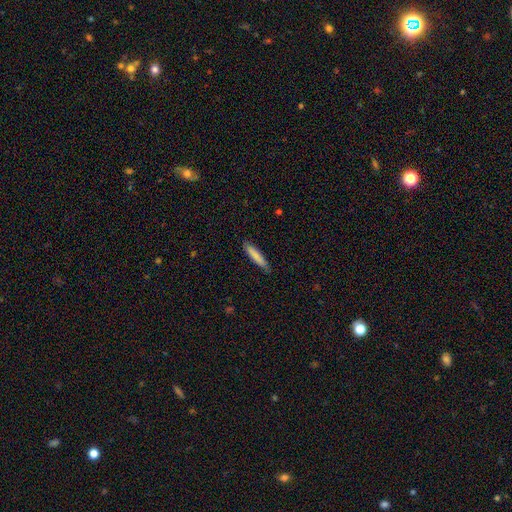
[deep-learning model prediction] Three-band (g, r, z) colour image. It shows a smooth galaxy with no disk features (81%) that is cigar-shaped (89%). Merging: none (85%).